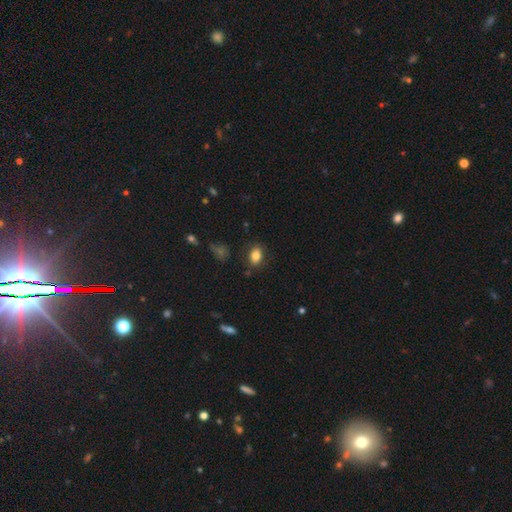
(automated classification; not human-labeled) smooth_or_featured: smooth (p=0.83) [alt: star or artifact p=0.09]
how_rounded: in between (p=0.79) [alt: round p=0.19]
merging: none (p=0.82) [alt: minor disturbance p=0.13]